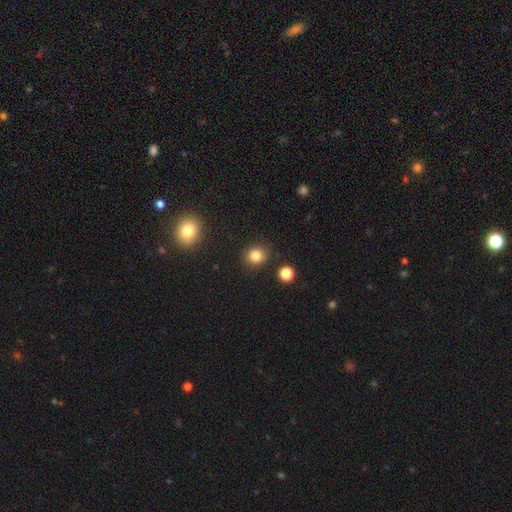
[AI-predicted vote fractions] The model was most divided on "how rounded": round: 81%, in between: 19%, cigar-shaped: 1%. More confident: merging — none (86%); smooth or featured — smooth (84%).